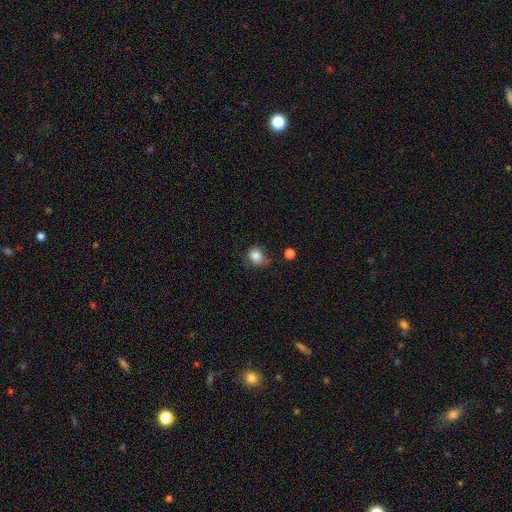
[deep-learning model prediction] Morphology: type=smooth (84%); roundness=round (70%); merging=none (64%).